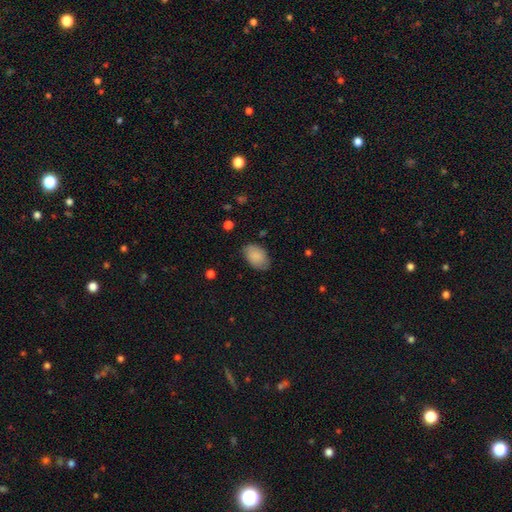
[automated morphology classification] smooth 86%, featured or disk 7%, star or artifact 6%. Down the decision tree: how rounded — in between (90%); merging — none (79%).